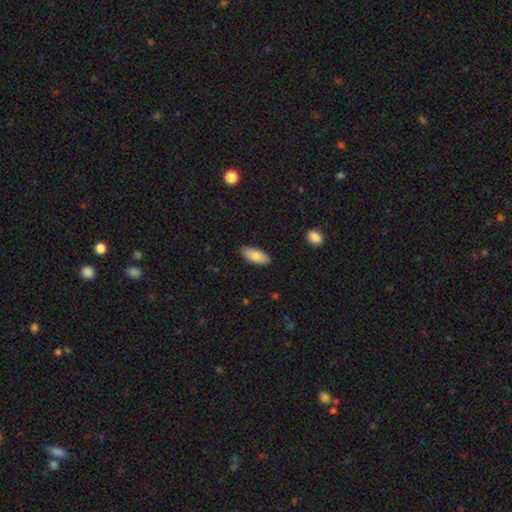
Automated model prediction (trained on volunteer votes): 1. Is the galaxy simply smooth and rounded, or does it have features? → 83% smooth, 11% featured or disk, 6% star or artifact.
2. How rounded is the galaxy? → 86% in between, 12% cigar-shaped, 2% round.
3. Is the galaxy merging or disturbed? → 85% none, 12% minor disturbance, 2% major disturbance, 1% merger.